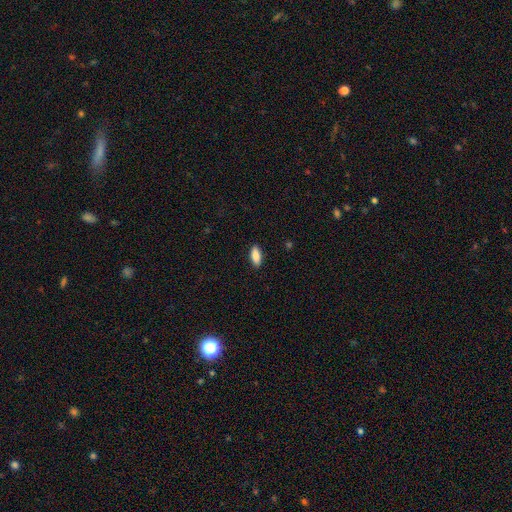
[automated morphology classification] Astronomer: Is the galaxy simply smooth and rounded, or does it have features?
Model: smooth — 87%.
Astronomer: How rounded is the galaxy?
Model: in between — 79%.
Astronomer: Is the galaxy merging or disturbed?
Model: none — 89%.